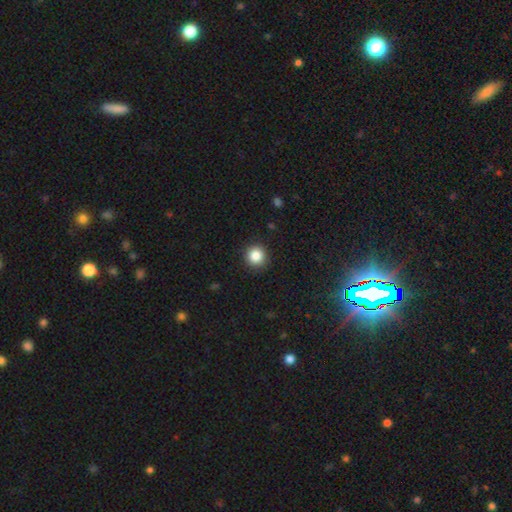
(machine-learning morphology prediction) type=smooth (85%); roundness=round (94%); merging=none (91%).